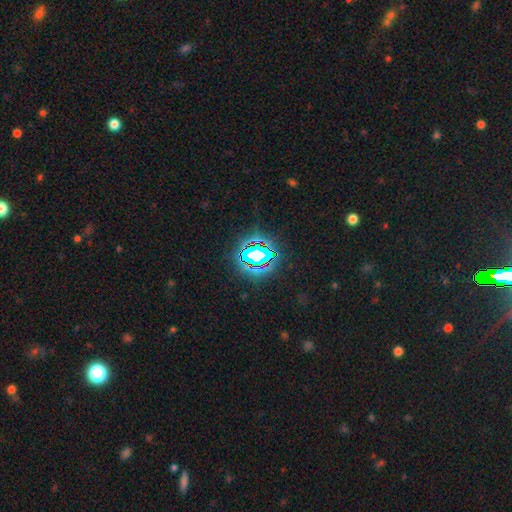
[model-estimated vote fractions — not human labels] Smooth or featured? star or artifact (70%)